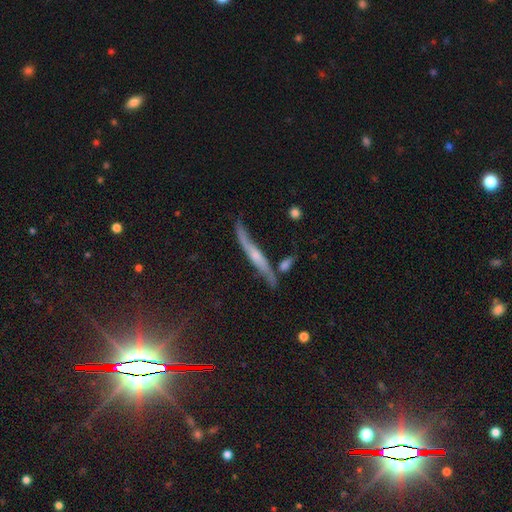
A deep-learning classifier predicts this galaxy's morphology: The model was most divided on "edge-on bulge": rounded: 60%, none: 29%, boxy: 10%. More confident: edge-on disk — yes (79%); smooth or featured — featured or disk (68%); merging — none (60%).